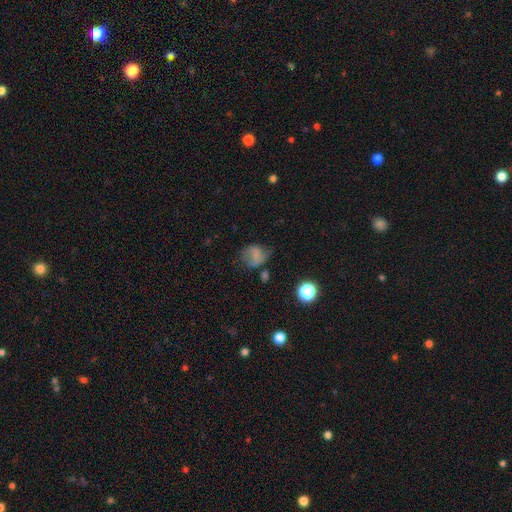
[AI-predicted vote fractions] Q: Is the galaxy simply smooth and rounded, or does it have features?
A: smooth — 67%.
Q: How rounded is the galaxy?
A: round — 57%.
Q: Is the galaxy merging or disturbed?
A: none — 48%.